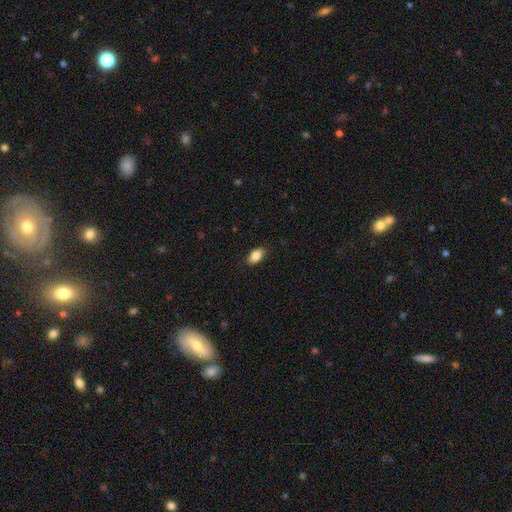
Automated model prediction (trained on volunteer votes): Morphology: type=smooth (86%); roundness=in between (91%); merging=none (87%).